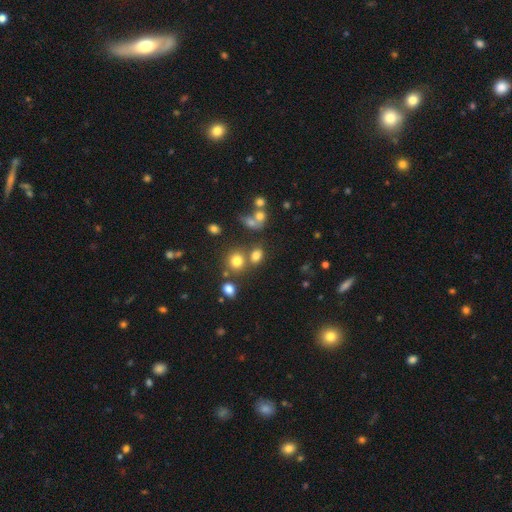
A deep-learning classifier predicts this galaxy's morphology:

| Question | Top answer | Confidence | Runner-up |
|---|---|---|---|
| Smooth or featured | smooth | 67% | star or artifact (22%) |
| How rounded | round | 62% | in between (36%) |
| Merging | none | 61% | merger (23%) |